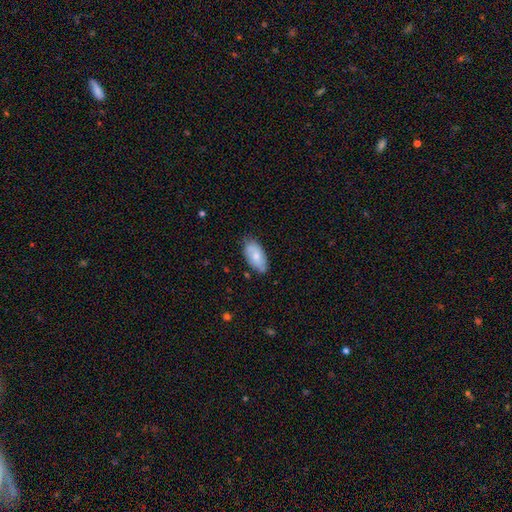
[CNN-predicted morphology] Smooth or featured: smooth — 65% (featured or disk — 29%)
How rounded: in between — 93% (cigar-shaped — 4%)
Merging: none — 73% (minor disturbance — 22%)